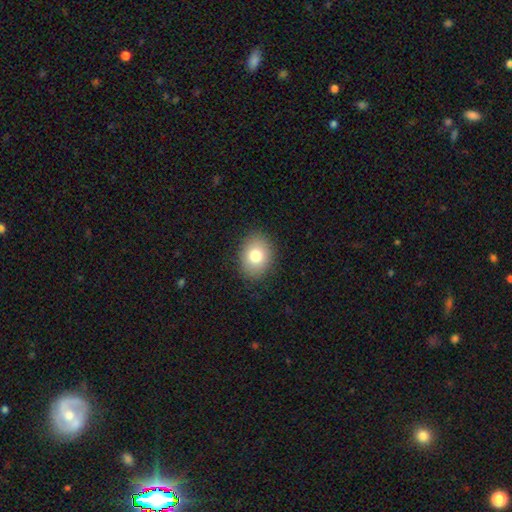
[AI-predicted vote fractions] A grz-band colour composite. It shows a smooth galaxy with no disk features (80%) that is in between round and cigar-shaped (63%). Merging: none (87%).